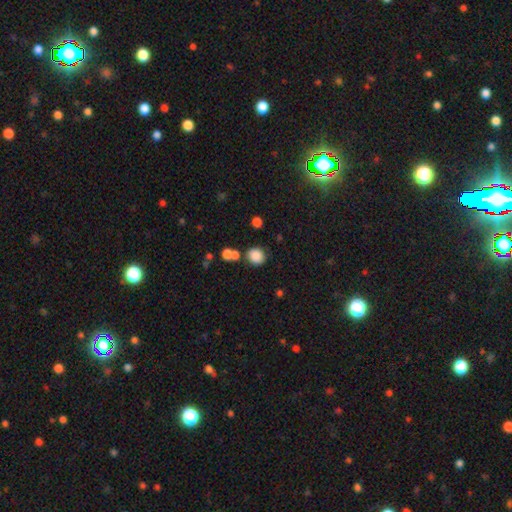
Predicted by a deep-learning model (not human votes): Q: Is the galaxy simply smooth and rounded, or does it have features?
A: smooth — 84%.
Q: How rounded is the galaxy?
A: round — 79%.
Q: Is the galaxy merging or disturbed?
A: none — 69%.